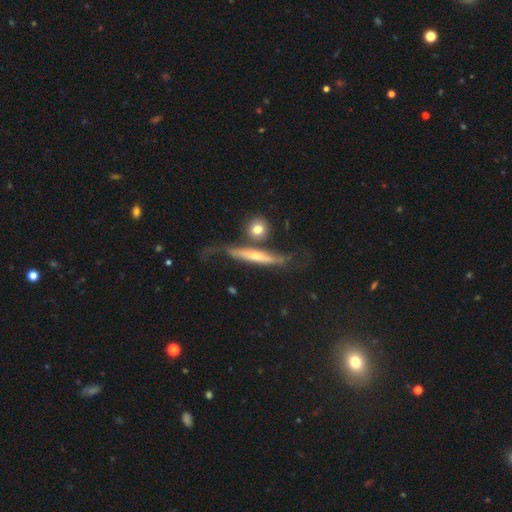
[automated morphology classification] smooth_or_featured: featured or disk (p=0.68) [alt: smooth p=0.25]
disk_edge_on: yes (p=0.71) [alt: no p=0.29]
merging: none (p=0.48) [alt: minor disturbance p=0.23]